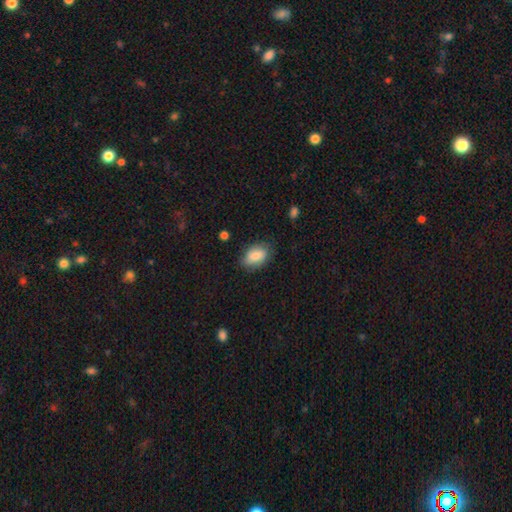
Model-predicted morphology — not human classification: smooth-or-featured: smooth: 82% | featured or disk: 11% | star or artifact: 7%
  how-rounded: in between: 89% | round: 9% | cigar-shaped: 2%
  merging: none: 74% | minor disturbance: 20% | major disturbance: 4% | merger: 1%